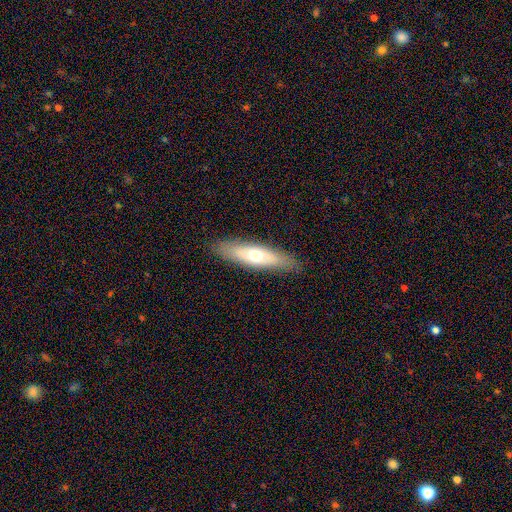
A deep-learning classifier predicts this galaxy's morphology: This is possibly a smooth galaxy (52%). How rounded: likely cigar-shaped (63%). Merging: clearly none (87%).